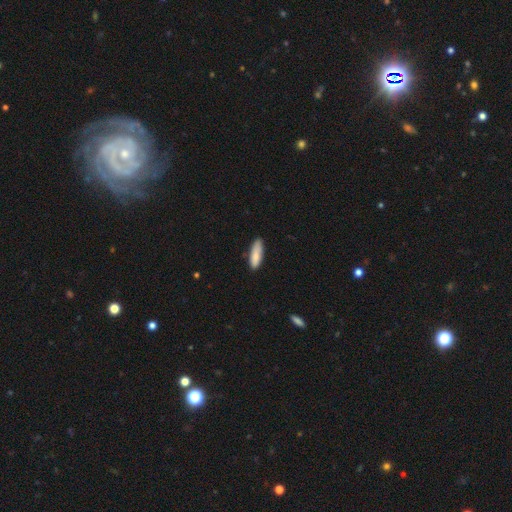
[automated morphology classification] A smooth galaxy with no disk features (85%) that is cigar-shaped (50%).

Vote fractions:
- Smooth or featured? smooth: 85% / featured or disk: 9% / star or artifact: 6%
- How rounded? cigar-shaped: 50% / in between: 48% / round: 2%
- Merging? none: 80% / minor disturbance: 16% / major disturbance: 2% / merger: 2%